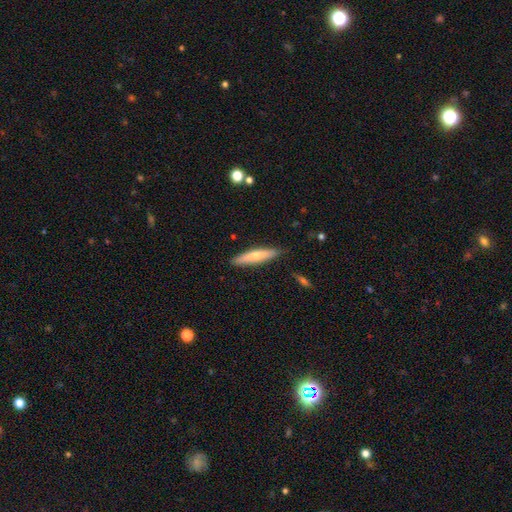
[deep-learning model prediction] smooth-or-featured: smooth: 63% | featured or disk: 31% | star or artifact: 6%
  how-rounded: cigar-shaped: 86% | in between: 12% | round: 1%
  merging: none: 88% | minor disturbance: 9% | major disturbance: 2% | merger: 1%